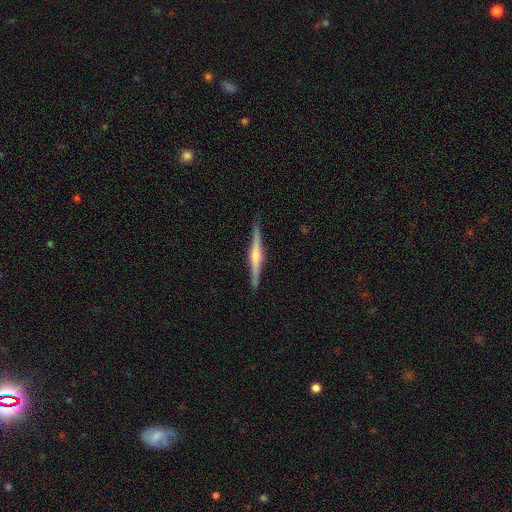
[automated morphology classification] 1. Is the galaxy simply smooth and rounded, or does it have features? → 77% featured or disk, 17% smooth, 5% star or artifact.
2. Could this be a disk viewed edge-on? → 98% yes, 2% no.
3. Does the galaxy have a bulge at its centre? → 75% rounded, 16% boxy, 8% none.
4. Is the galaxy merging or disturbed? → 90% none, 7% minor disturbance, 1% major disturbance, 1% merger.